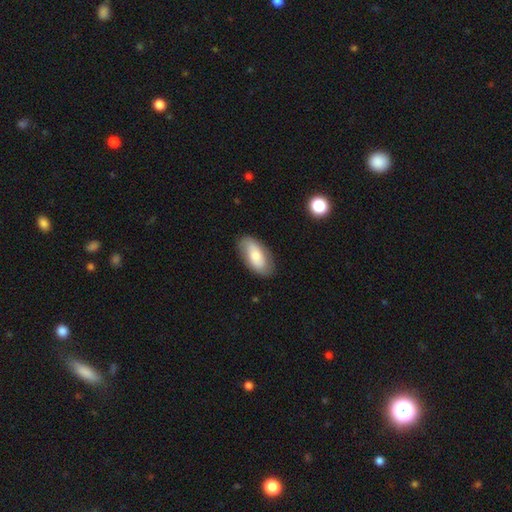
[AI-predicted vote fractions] Overall: smooth (63%; featured or disk 31%). How rounded: in between (92%). Merging: none (82%).